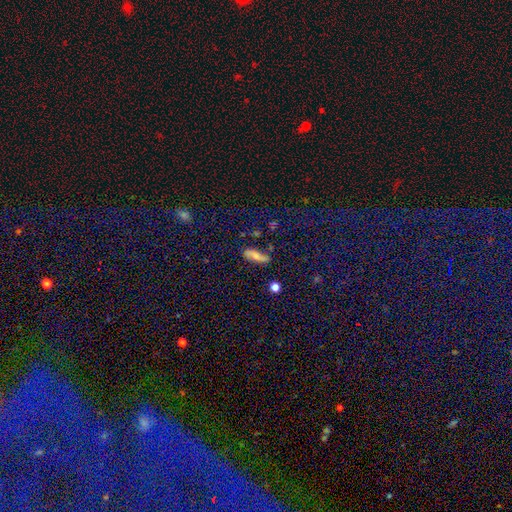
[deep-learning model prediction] smooth_or_featured: smooth (p=0.50) [alt: featured or disk p=0.38]
merging: none (p=0.68) [alt: minor disturbance p=0.20]